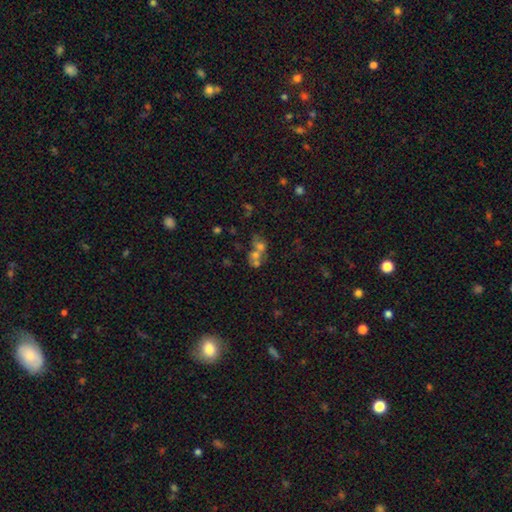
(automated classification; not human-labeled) smooth_or_featured: smooth (p=0.47) [alt: featured or disk p=0.28]
merging: merger (p=0.56) [alt: none p=0.31]